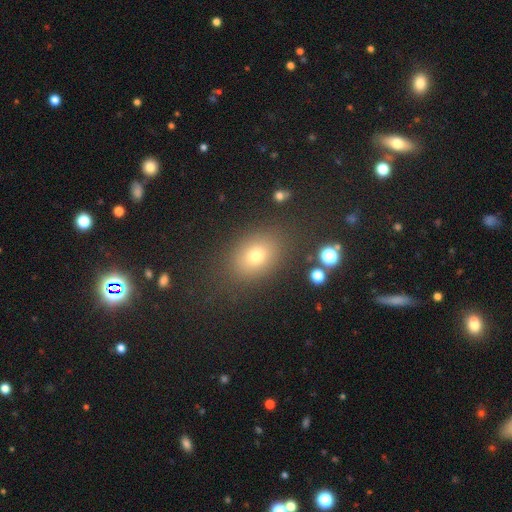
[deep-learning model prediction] smooth_or_featured: smooth (p=0.69) [alt: star or artifact p=0.21]
how_rounded: in between (p=0.62) [alt: round p=0.37]
merging: none (p=0.85) [alt: minor disturbance p=0.09]